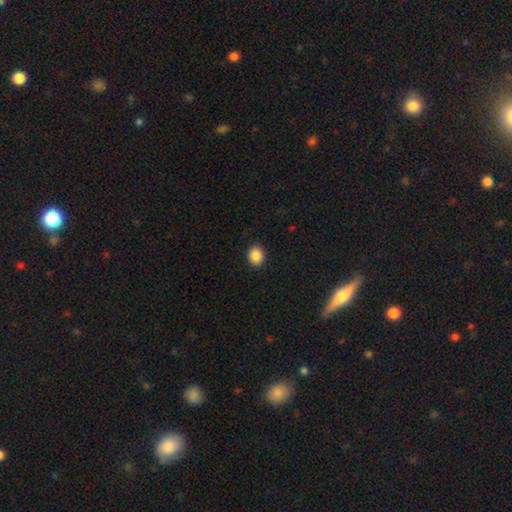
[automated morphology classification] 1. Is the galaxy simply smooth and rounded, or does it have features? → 88% smooth, 9% star or artifact, 3% featured or disk.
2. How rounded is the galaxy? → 59% round, 40% in between, 1% cigar-shaped.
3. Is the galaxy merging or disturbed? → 91% none, 6% minor disturbance, 2% major disturbance, 1% merger.